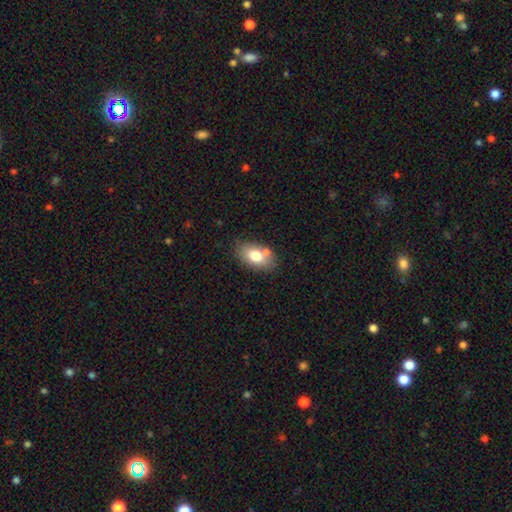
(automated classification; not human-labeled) smooth-or-featured: smooth: 74% | featured or disk: 18% | star or artifact: 8%
  how-rounded: in between: 89% | round: 9% | cigar-shaped: 2%
  merging: none: 67% | minor disturbance: 15% | merger: 14% | major disturbance: 4%